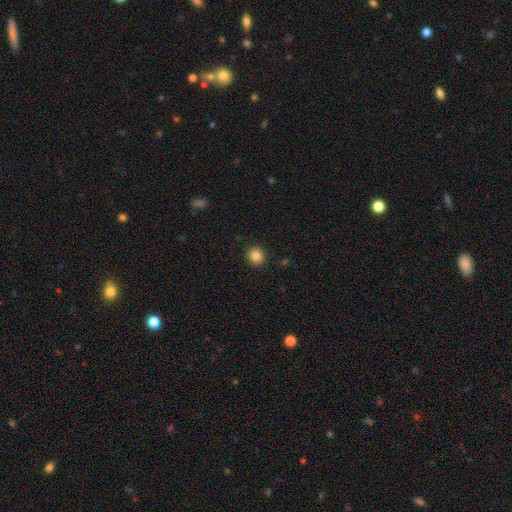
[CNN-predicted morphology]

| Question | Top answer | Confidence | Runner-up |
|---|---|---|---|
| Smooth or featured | smooth | 85% | star or artifact (11%) |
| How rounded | round | 89% | in between (10%) |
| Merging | none | 92% | minor disturbance (5%) |